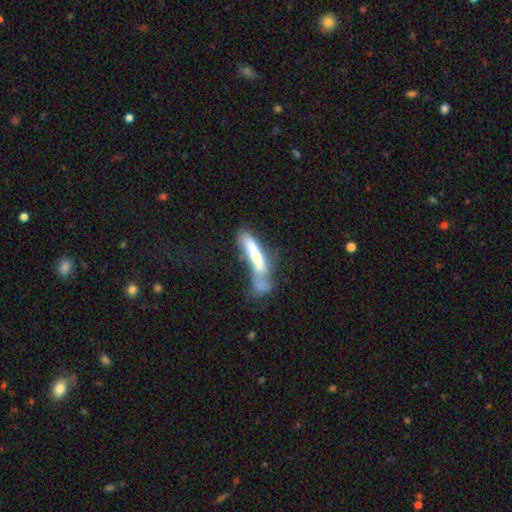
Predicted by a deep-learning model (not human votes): smooth 45%, featured or disk 44%, star or artifact 11%. Down the decision tree: merging — merger (31%).